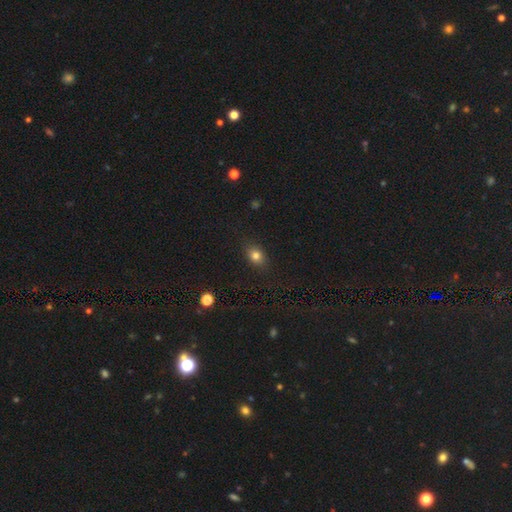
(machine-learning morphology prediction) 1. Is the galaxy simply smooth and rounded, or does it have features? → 80% smooth, 12% star or artifact, 8% featured or disk.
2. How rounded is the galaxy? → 60% in between, 38% round, 2% cigar-shaped.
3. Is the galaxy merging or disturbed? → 85% none, 11% minor disturbance, 3% major disturbance, 1% merger.